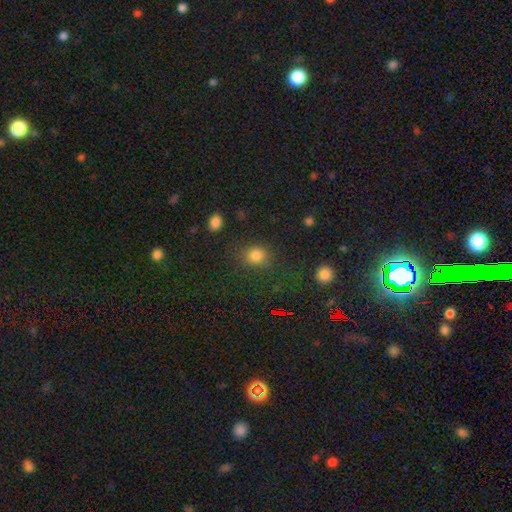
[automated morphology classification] Smooth or featured? smooth (80%)
How rounded? round (76%)
Merging? none (79%)